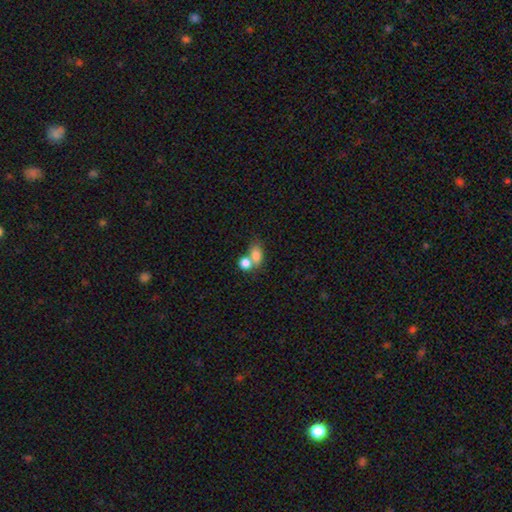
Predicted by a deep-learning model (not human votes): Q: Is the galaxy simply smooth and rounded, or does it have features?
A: smooth — 79%.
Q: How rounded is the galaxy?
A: in between — 69%.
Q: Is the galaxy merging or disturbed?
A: merger — 53%.